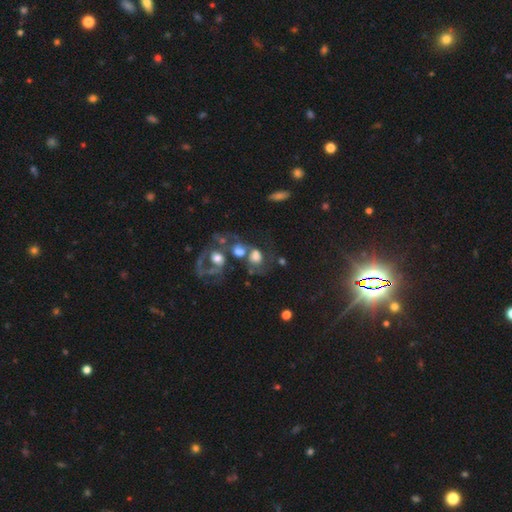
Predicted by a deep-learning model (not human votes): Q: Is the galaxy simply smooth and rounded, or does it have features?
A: smooth — 50%.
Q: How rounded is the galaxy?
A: round — 53%.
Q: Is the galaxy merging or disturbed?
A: merger — 50%.